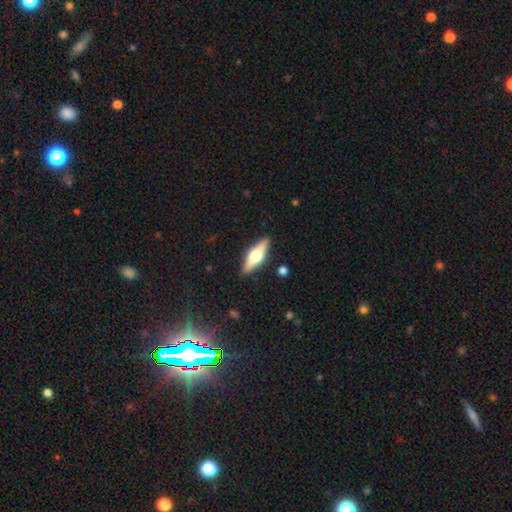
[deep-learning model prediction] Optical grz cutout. It shows a featured or disk galaxy (54%) viewed edge-on (93%) with a rounded central bulge (94%). Merging: none (89%).